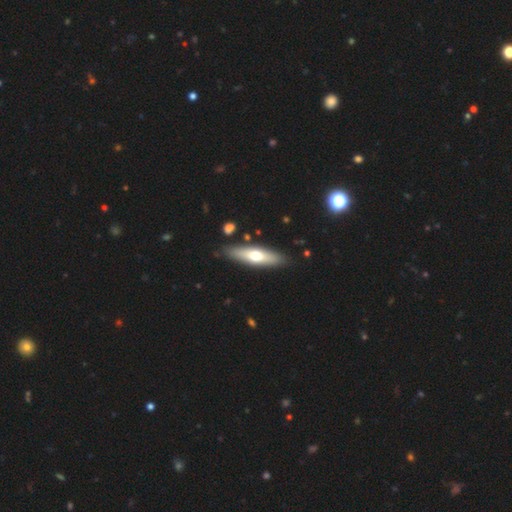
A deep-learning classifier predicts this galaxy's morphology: smooth-or-featured: smooth: 55% | featured or disk: 40% | star or artifact: 5%
  how-rounded: cigar-shaped: 63% | in between: 35% | round: 2%
  merging: none: 86% | minor disturbance: 9% | merger: 3% | major disturbance: 2%